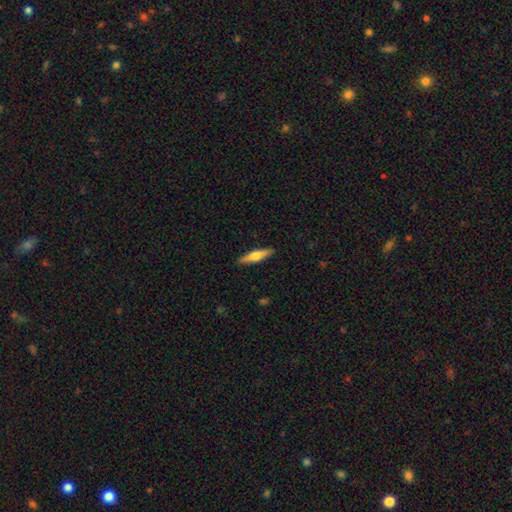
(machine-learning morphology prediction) A smooth galaxy with no disk features (51%) that is cigar-shaped (80%).

Vote fractions:
- Smooth or featured? smooth: 51% / featured or disk: 44% / star or artifact: 6%
- How rounded? cigar-shaped: 80% / in between: 19% / round: 2%
- Merging? none: 90% / minor disturbance: 7% / major disturbance: 2% / merger: 1%